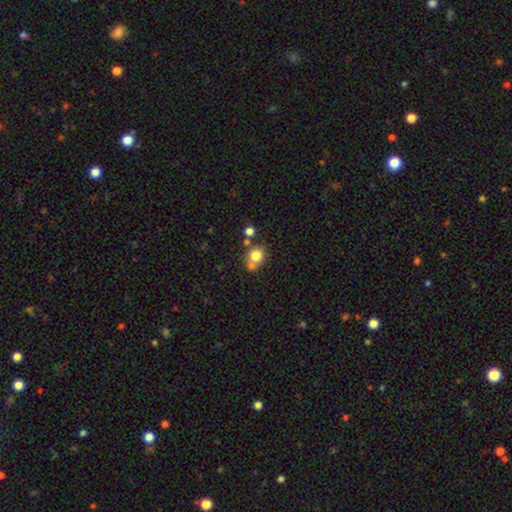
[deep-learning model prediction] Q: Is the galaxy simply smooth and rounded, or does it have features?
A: smooth — 77%.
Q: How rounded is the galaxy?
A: round — 79%.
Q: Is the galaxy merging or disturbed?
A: none — 52%.